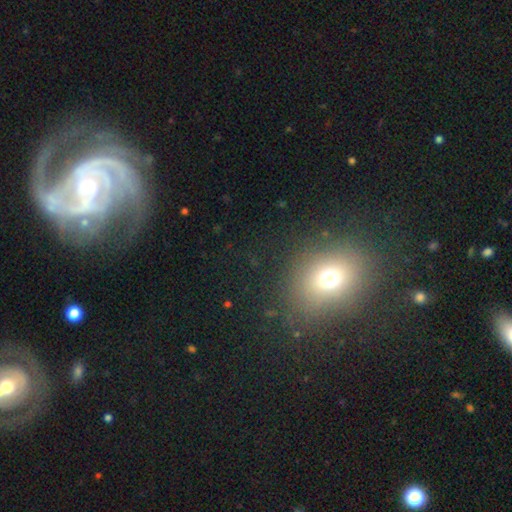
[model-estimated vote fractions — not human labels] smooth-or-featured: smooth: 41% | featured or disk: 40% | star or artifact: 19%
  merging: none: 82% | minor disturbance: 11% | major disturbance: 5% | merger: 3%